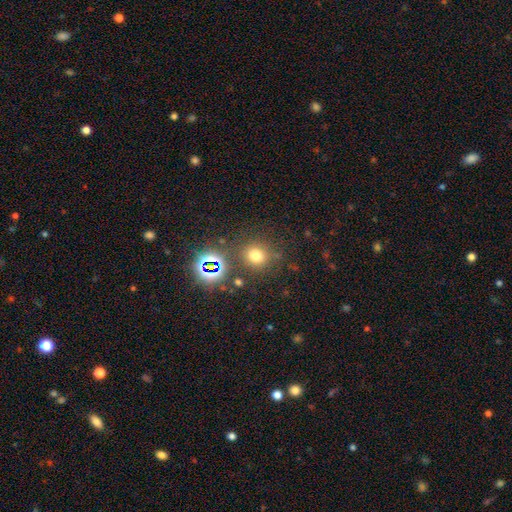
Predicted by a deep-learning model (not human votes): smooth-or-featured: smooth: 66% | star or artifact: 26% | featured or disk: 8%
  how-rounded: round: 85% | in between: 13% | cigar-shaped: 1%
  merging: none: 79% | minor disturbance: 10% | merger: 6% | major disturbance: 5%